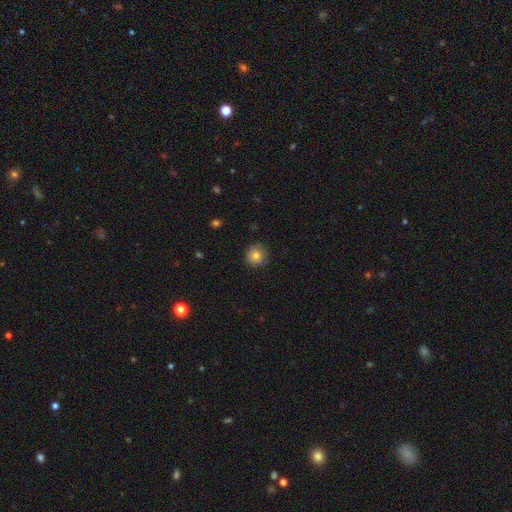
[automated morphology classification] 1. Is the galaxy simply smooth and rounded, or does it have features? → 80% smooth, 10% star or artifact, 9% featured or disk.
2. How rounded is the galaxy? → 93% round, 6% in between, 1% cigar-shaped.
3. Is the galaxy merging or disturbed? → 86% none, 11% minor disturbance, 2% major disturbance, 1% merger.